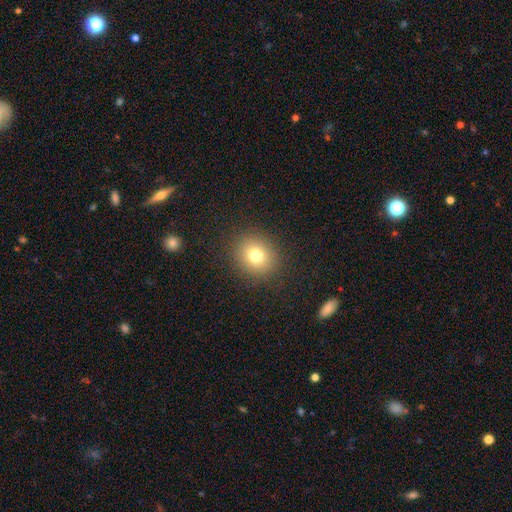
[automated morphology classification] Smooth or featured?
  - smooth: 77% *
  - star or artifact: 14%
  - featured or disk: 9%
How rounded?
  - round: 81% *
  - in between: 18%
  - cigar-shaped: 1%
Merging?
  - none: 89% *
  - minor disturbance: 7%
  - major disturbance: 3%
  - merger: 1%